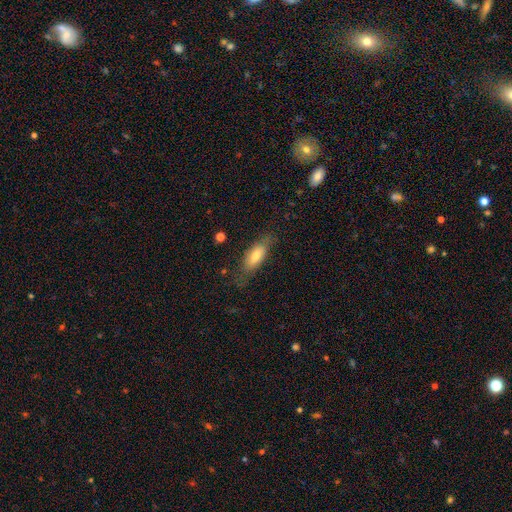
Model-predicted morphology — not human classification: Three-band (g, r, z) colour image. It shows a smooth galaxy with no disk features (68%) that is in between round and cigar-shaped (63%). Merging: none (69%).